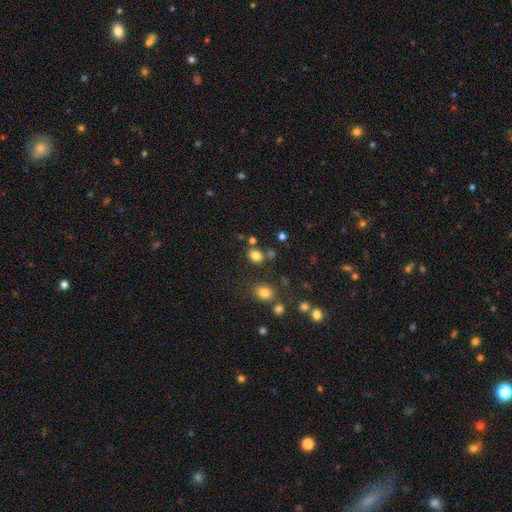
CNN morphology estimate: type=smooth (81%); roundness=in between (61%); merging=none (72%).